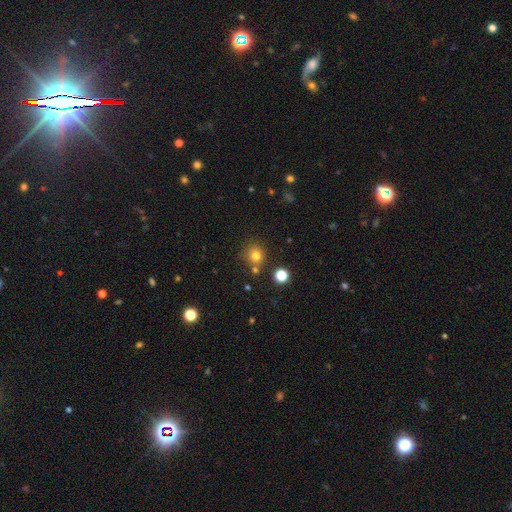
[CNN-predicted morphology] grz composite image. It shows a smooth galaxy with no disk features (77%) that is round (86%). Merging: none (74%).